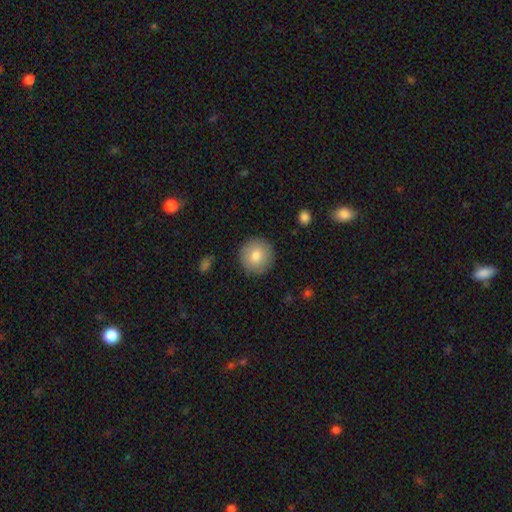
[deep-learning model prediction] A smooth galaxy with no disk features (81%) that is round (94%).

Vote fractions:
- Smooth or featured? smooth: 81% / featured or disk: 12% / star or artifact: 7%
- How rounded? round: 94% / in between: 5% / cigar-shaped: 1%
- Merging? none: 89% / minor disturbance: 7% / major disturbance: 2% / merger: 1%